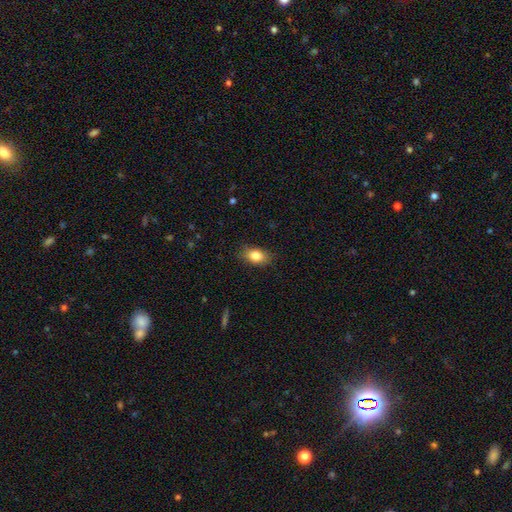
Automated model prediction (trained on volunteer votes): Smooth or featured? smooth (83%)
How rounded? in between (83%)
Merging? none (82%)